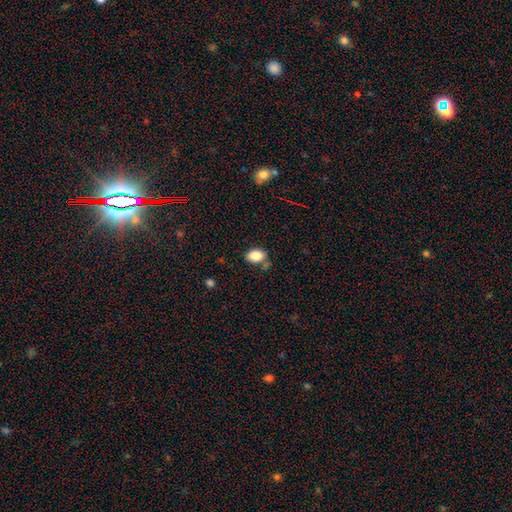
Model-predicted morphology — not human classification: A smooth galaxy with no disk features (86%) that is in between round and cigar-shaped (83%). Merging: none (69%).